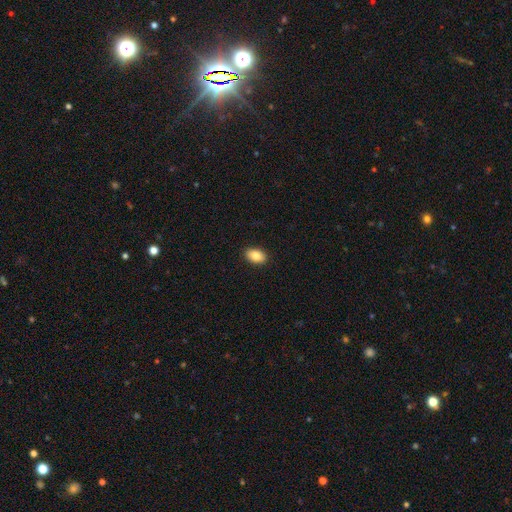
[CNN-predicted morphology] smooth-or-featured: smooth: 86% | star or artifact: 8% | featured or disk: 6%
  how-rounded: in between: 90% | round: 8% | cigar-shaped: 1%
  merging: none: 90% | minor disturbance: 7% | major disturbance: 2% | merger: 1%